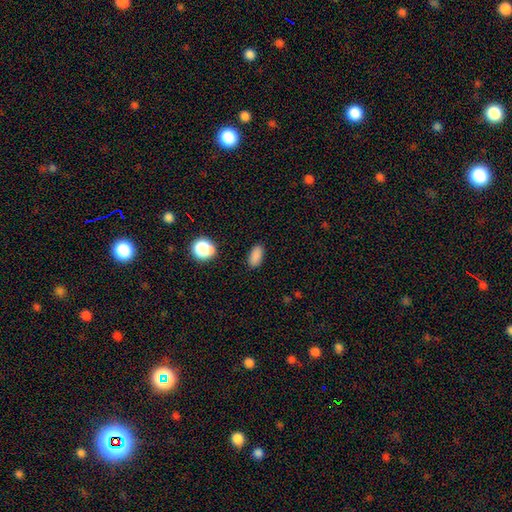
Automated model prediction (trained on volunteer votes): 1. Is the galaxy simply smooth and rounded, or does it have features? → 86% smooth, 10% star or artifact, 4% featured or disk.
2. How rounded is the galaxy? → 90% in between, 6% round, 5% cigar-shaped.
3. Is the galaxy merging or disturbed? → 87% none, 9% minor disturbance, 2% major disturbance, 2% merger.